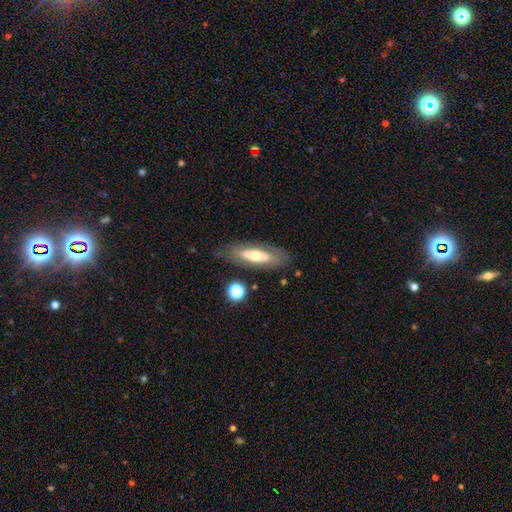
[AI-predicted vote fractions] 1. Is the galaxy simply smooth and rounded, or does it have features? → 49% featured or disk, 43% smooth, 7% star or artifact.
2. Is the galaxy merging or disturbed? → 76% none, 15% minor disturbance, 6% major disturbance, 3% merger.